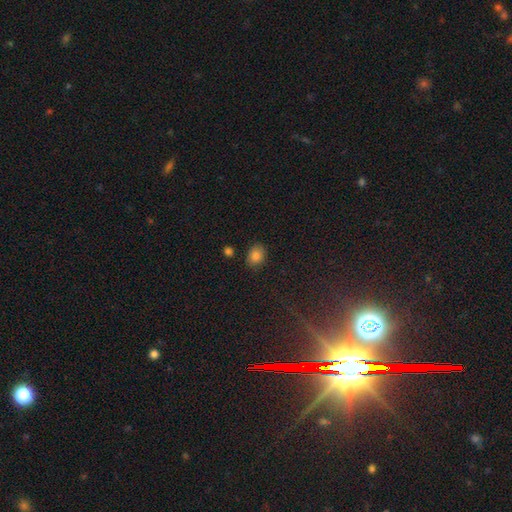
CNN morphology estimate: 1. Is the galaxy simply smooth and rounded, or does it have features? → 84% smooth, 11% star or artifact, 6% featured or disk.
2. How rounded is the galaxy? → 53% in between, 46% round, 1% cigar-shaped.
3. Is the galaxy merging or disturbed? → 83% none, 11% minor disturbance, 3% merger, 3% major disturbance.